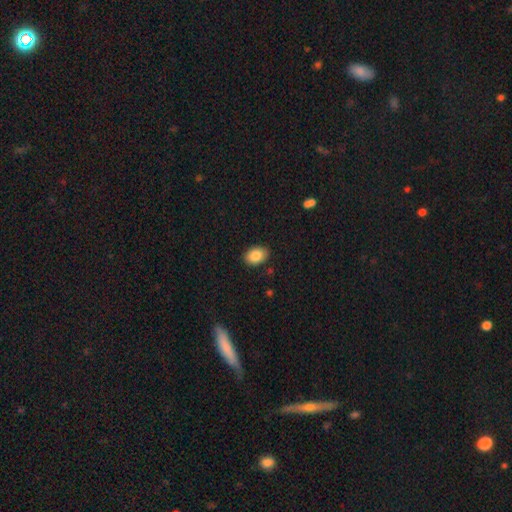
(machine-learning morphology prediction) This is clearly a smooth galaxy (86%). How rounded: likely in between (79%). Merging: clearly none (88%).